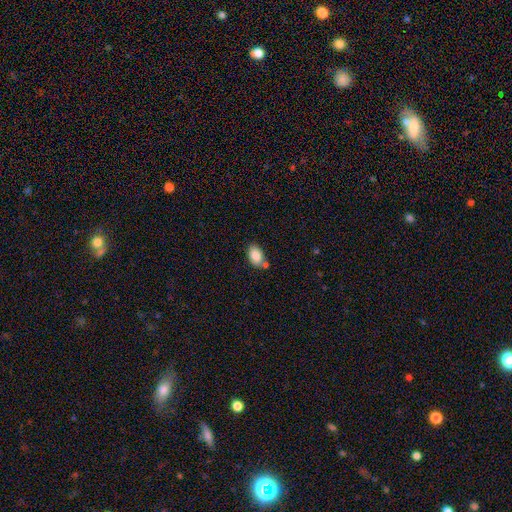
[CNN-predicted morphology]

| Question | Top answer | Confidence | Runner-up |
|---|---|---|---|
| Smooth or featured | smooth | 85% | star or artifact (8%) |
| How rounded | in between | 89% | round (9%) |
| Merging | none | 64% | minor disturbance (17%) |